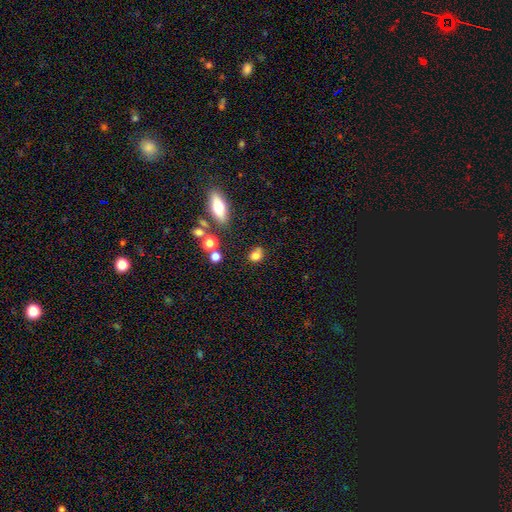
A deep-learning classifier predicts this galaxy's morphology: Smooth or featured? Predicted: smooth (p=0.77). How rounded? Predicted: round (p=0.51). Merging? Predicted: none (p=0.59).